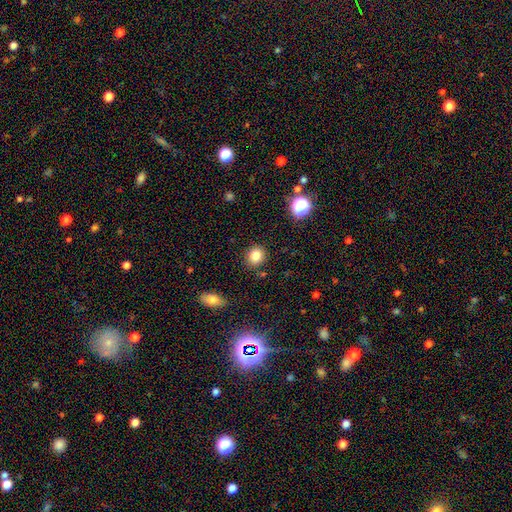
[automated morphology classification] Smooth or featured?
  - smooth: 83% *
  - star or artifact: 11%
  - featured or disk: 6%
How rounded?
  - round: 74% *
  - in between: 25%
  - cigar-shaped: 1%
Merging?
  - none: 86% *
  - minor disturbance: 9%
  - merger: 3%
  - major disturbance: 3%